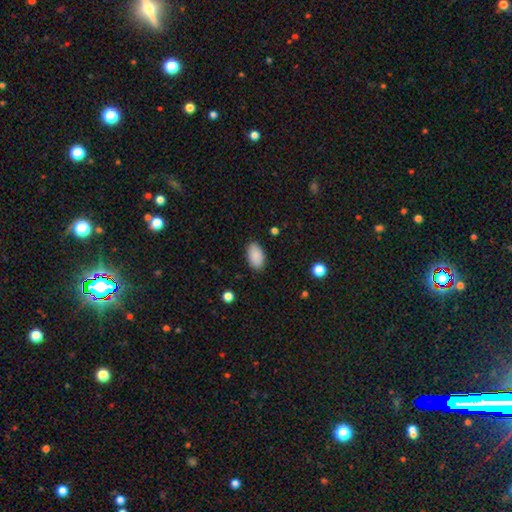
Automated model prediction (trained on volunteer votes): Morphology: type=smooth (90%); roundness=in between (95%); merging=none (86%).